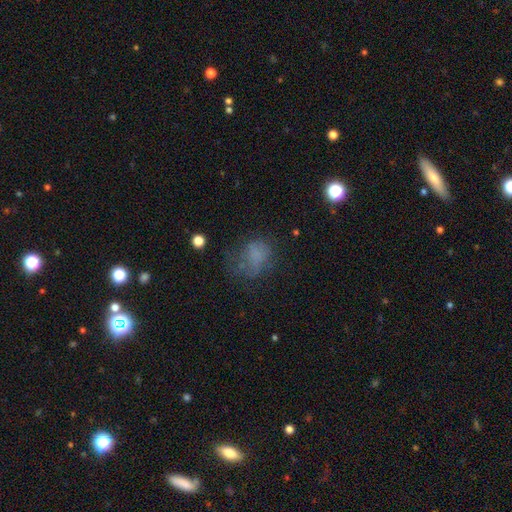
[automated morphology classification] A smooth galaxy with no disk features (58%) that is in between round and cigar-shaped (52%). Merging: none (44%).